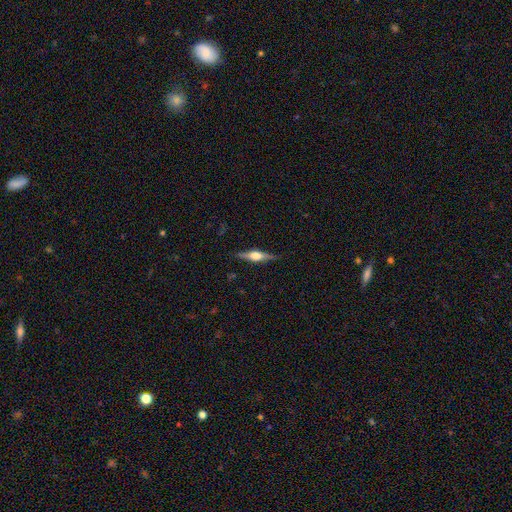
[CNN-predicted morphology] Smooth or featured: featured or disk — 70% (smooth — 23%)
Edge-on disk: yes — 97% (no — 3%)
Edge-on bulge: rounded — 88% (boxy — 10%)
Merging: none — 86% (minor disturbance — 10%)